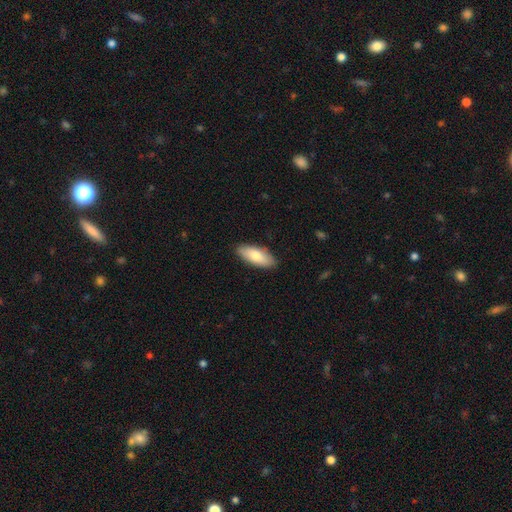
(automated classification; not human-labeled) A smooth galaxy with no disk features (77%) that is in between round and cigar-shaped (80%).

Vote fractions:
- Smooth or featured? smooth: 77% / featured or disk: 18% / star or artifact: 6%
- How rounded? in between: 80% / cigar-shaped: 18% / round: 2%
- Merging? none: 87% / minor disturbance: 10% / major disturbance: 2% / merger: 1%